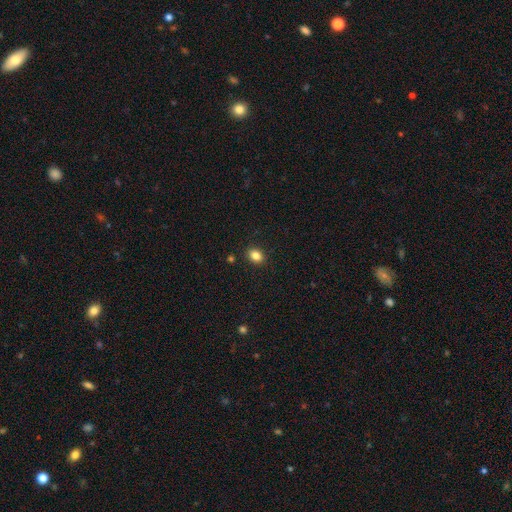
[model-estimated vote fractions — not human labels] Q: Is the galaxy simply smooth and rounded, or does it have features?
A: smooth — 85%.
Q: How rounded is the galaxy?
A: in between — 62%.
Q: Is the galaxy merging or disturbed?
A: none — 89%.